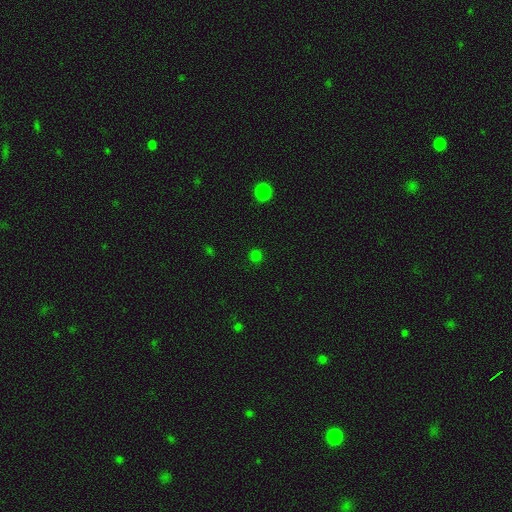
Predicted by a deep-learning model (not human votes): Overall: smooth (73%). How rounded: round (91%). Merging: none (89%).